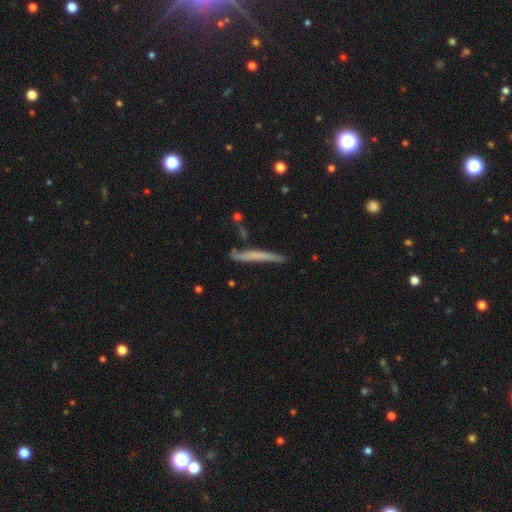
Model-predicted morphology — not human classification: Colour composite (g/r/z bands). It shows a smooth galaxy with no disk features (47%). Merging: none (69%).